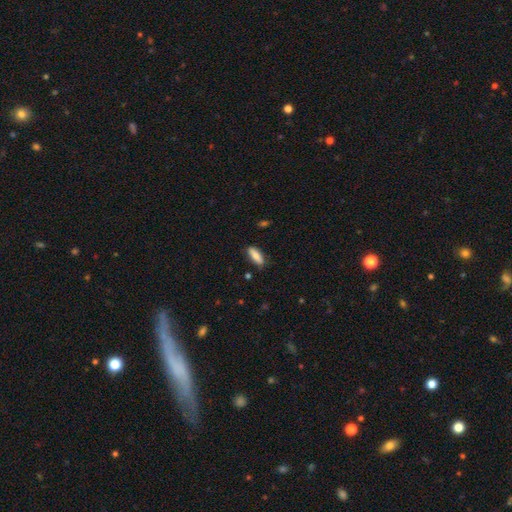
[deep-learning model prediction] Smooth or featured? smooth (80%)
How rounded? in between (65%)
Merging? none (81%)